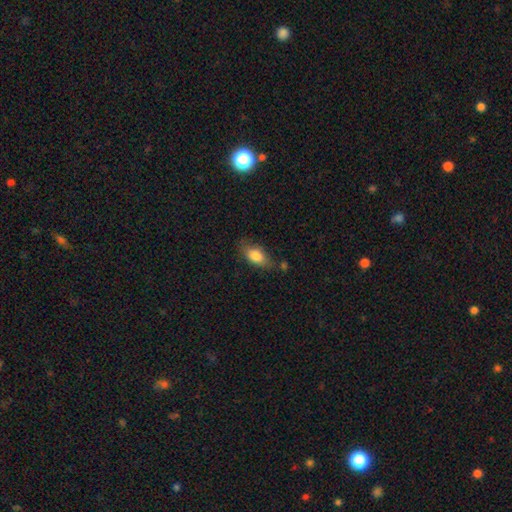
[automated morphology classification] A smooth galaxy with no disk features (80%) that is in between round and cigar-shaped (87%).

Vote fractions:
- Smooth or featured? smooth: 80% / featured or disk: 12% / star or artifact: 8%
- How rounded? in between: 87% / cigar-shaped: 8% / round: 5%
- Merging? none: 69% / minor disturbance: 21% / major disturbance: 5% / merger: 5%